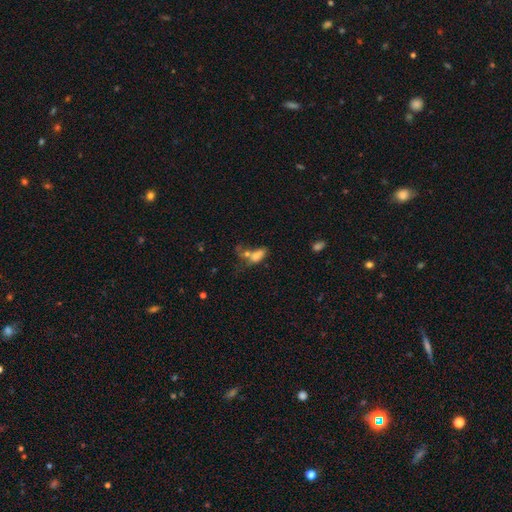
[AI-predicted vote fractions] Smooth or featured?
  - smooth: 67% *
  - featured or disk: 21%
  - star or artifact: 13%
How rounded?
  - in between: 81% *
  - cigar-shaped: 10%
  - round: 9%
Merging?
  - merger: 49% *
  - none: 21%
  - major disturbance: 18%
  - minor disturbance: 13%